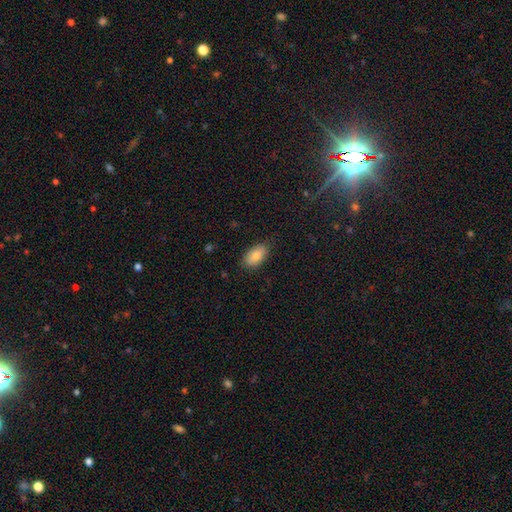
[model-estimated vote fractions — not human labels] A smooth galaxy with no disk features (82%) that is in between round and cigar-shaped (93%). Merging: none (83%).